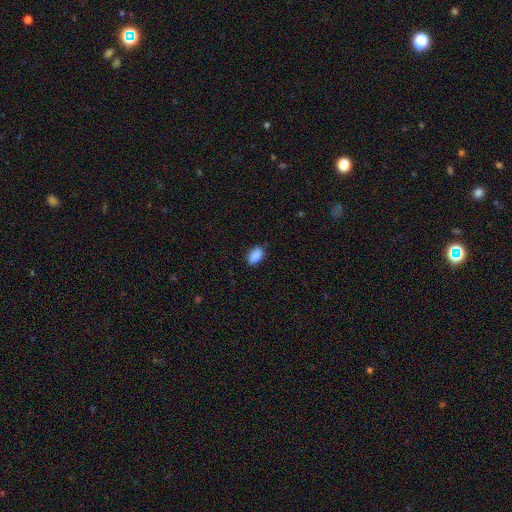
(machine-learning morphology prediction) smooth-or-featured: smooth: 89% | star or artifact: 7% | featured or disk: 4%
  how-rounded: in between: 91% | round: 7% | cigar-shaped: 2%
  merging: none: 80% | minor disturbance: 16% | major disturbance: 3% | merger: 1%